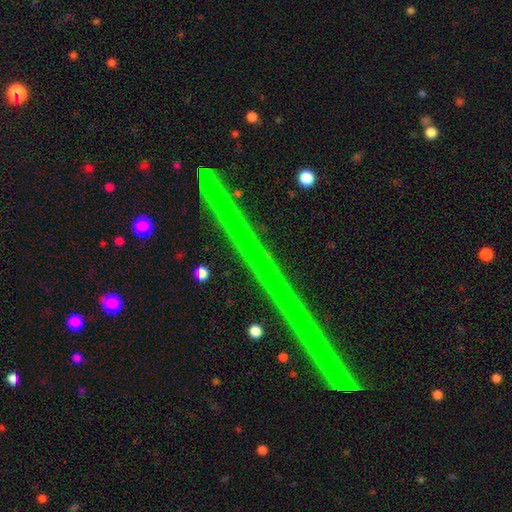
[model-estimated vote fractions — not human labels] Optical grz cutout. It shows a star or artifact, not a galaxy (78%).